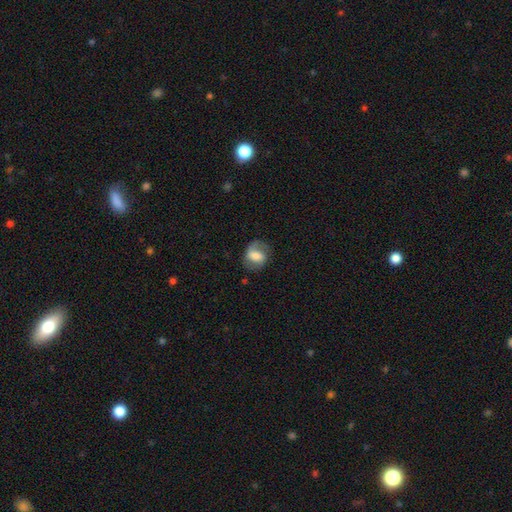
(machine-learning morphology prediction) This appears to be a featured or disk galaxy (47%). Merging: none (66%).